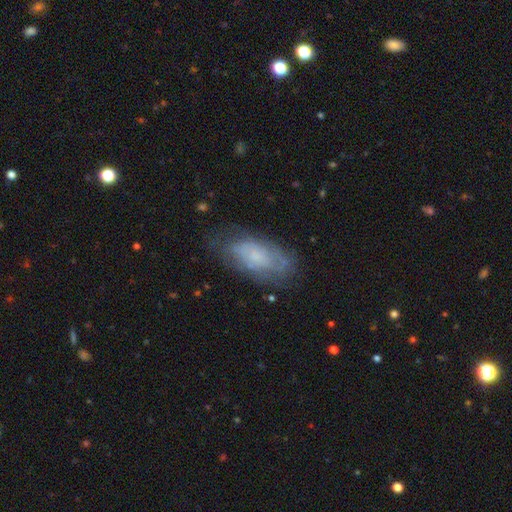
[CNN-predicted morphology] smooth-or-featured: smooth: 46% | featured or disk: 41% | star or artifact: 14%
  merging: none: 73% | minor disturbance: 19% | major disturbance: 6% | merger: 2%